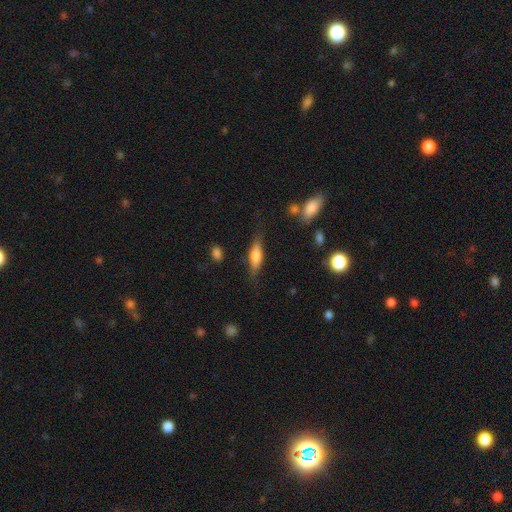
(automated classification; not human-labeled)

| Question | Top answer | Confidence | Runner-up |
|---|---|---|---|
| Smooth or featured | smooth | 53% | featured or disk (40%) |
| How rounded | cigar-shaped | 48% | tied: in between (48%) |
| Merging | none | 74% | minor disturbance (18%) |